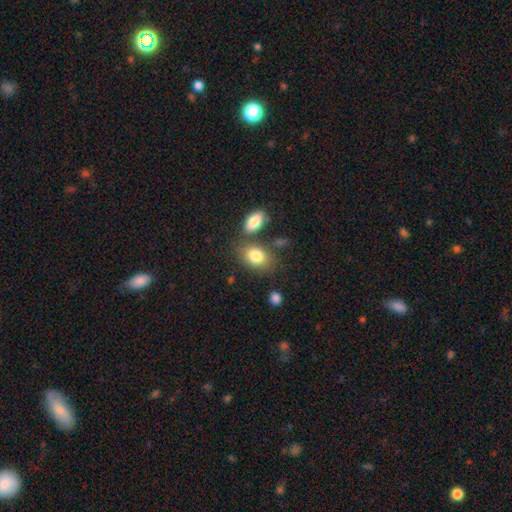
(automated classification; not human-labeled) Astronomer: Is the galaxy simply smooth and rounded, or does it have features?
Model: smooth — 82%.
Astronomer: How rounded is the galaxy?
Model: in between — 76%.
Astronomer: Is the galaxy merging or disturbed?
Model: none — 61%.